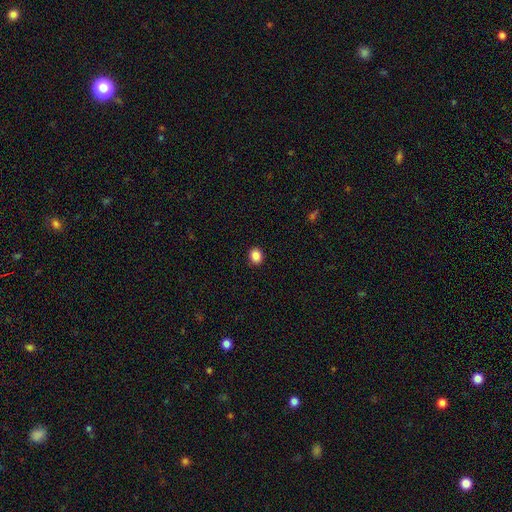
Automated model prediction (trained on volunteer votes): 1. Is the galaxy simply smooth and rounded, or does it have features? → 87% smooth, 10% star or artifact, 3% featured or disk.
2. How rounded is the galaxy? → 65% round, 35% in between, 1% cigar-shaped.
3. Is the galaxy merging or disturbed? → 92% none, 6% minor disturbance, 2% major disturbance, 1% merger.